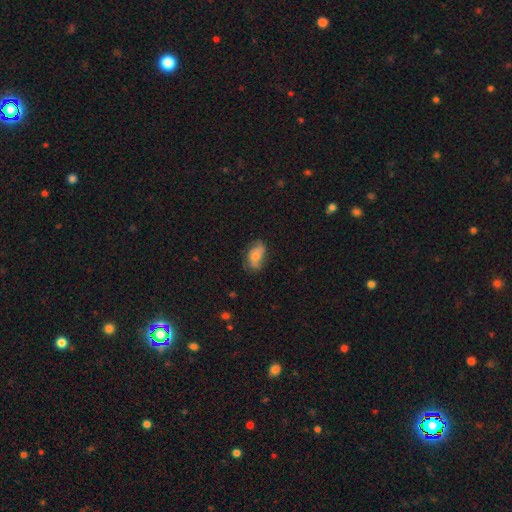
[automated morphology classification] Smooth or featured? Predicted: smooth (p=0.58). How rounded? Predicted: in between (p=0.89). Merging? Predicted: none (p=0.59).